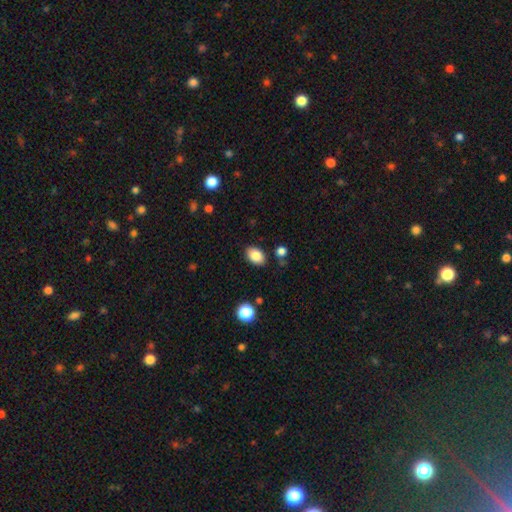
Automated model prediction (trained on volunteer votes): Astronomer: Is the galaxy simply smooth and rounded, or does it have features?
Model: smooth — 85%.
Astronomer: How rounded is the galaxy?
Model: in between — 86%.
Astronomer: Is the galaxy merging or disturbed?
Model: none — 84%.